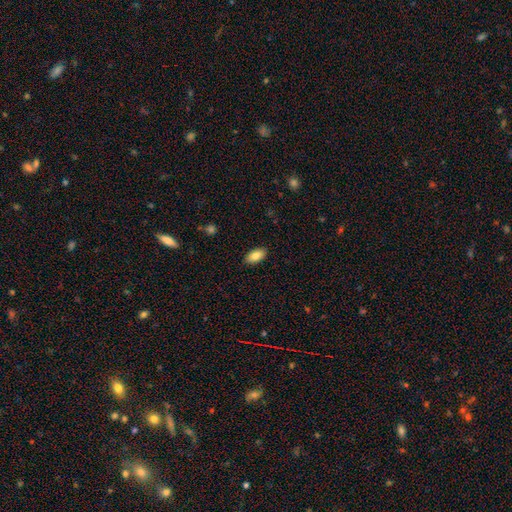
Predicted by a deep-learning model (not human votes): Smooth or featured?
  - smooth: 83% *
  - featured or disk: 10%
  - star or artifact: 7%
How rounded?
  - in between: 93% *
  - cigar-shaped: 4%
  - round: 3%
Merging?
  - none: 88% *
  - minor disturbance: 9%
  - major disturbance: 2%
  - merger: 1%